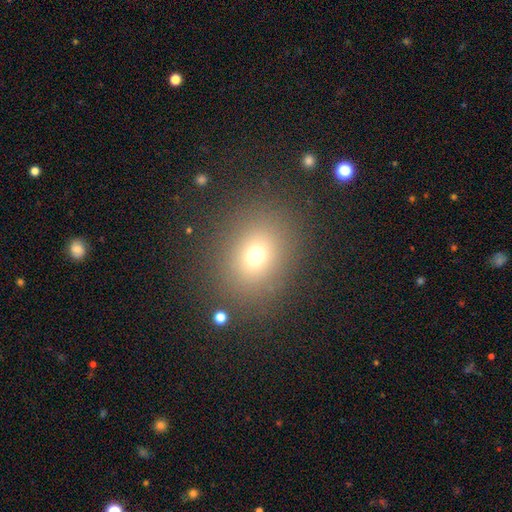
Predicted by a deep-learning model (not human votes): Morphology: type=smooth (70%); roundness=round (59%); merging=none (85%).